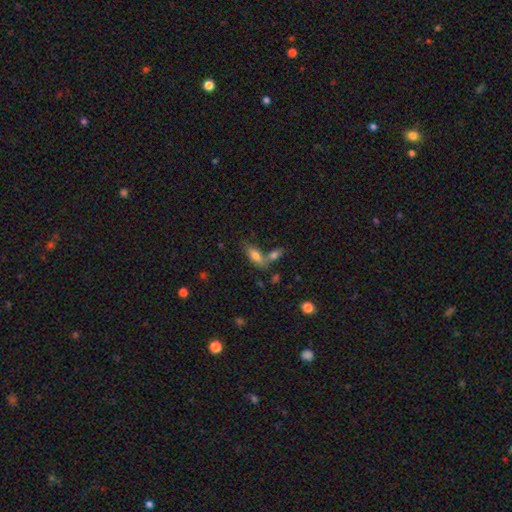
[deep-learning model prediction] This is likely a smooth galaxy (72%). How rounded: likely in between (72%). Merging: possibly none (48%).